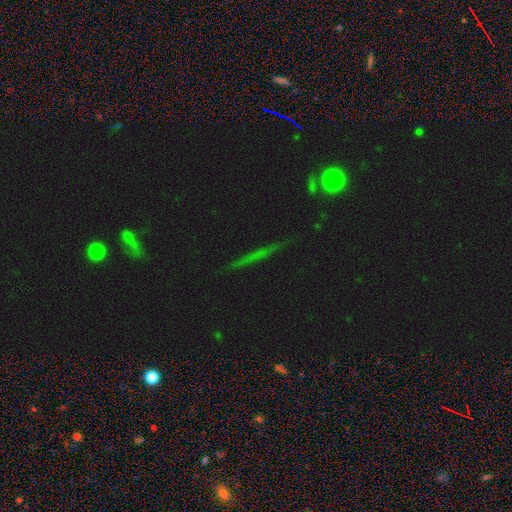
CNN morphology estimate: Q: Smooth or featured?
A: featured or disk (39%); runner-up: star or artifact (33%)
Q: Merging?
A: none (87%); runner-up: minor disturbance (8%)